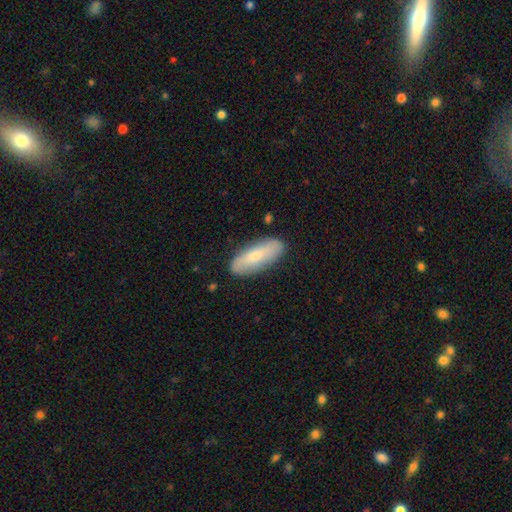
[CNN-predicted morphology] Overall: smooth (67%). How rounded: in between (70%). Merging: none (85%).